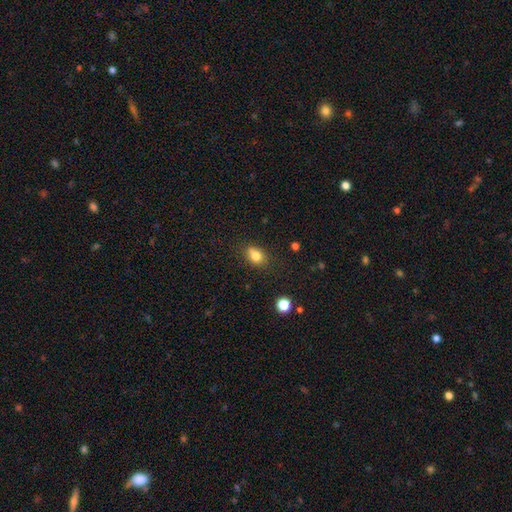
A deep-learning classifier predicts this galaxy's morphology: Smooth or featured? Predicted: smooth (p=0.79). How rounded? Predicted: in between (p=0.58). Merging? Predicted: none (p=0.67).